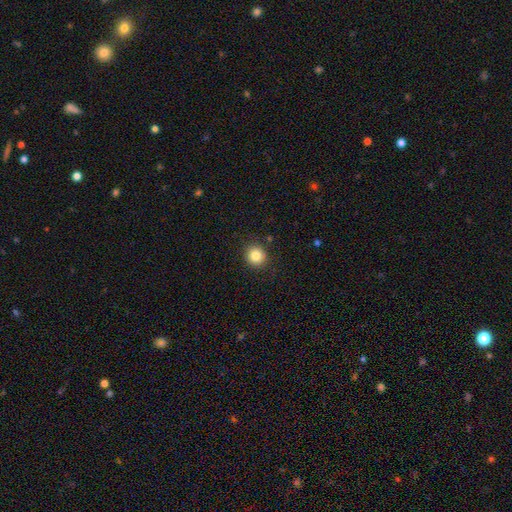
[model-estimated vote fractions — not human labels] Q: Smooth or featured?
A: smooth (84%); runner-up: star or artifact (11%)
Q: How rounded?
A: round (91%); runner-up: in between (9%)
Q: Merging?
A: none (89%); runner-up: minor disturbance (7%)